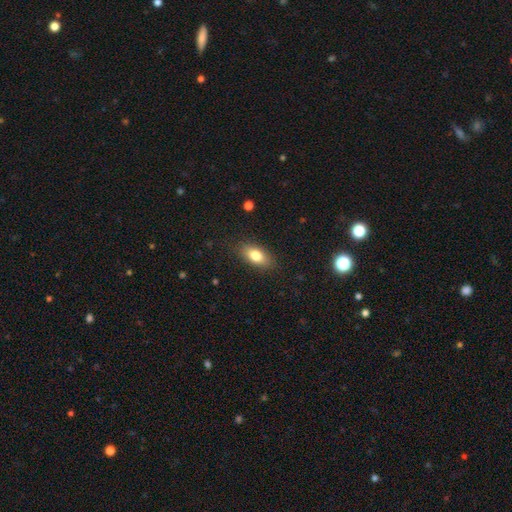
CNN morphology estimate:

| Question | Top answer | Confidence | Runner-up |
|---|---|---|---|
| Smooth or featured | smooth | 79% | featured or disk (14%) |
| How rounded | in between | 85% | cigar-shaped (10%) |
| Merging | none | 85% | minor disturbance (11%) |